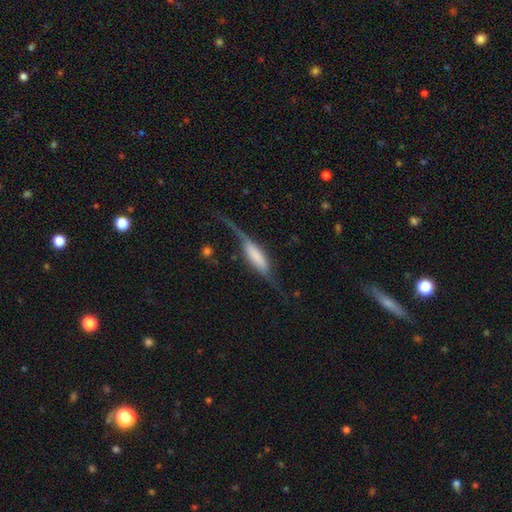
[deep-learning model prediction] Morphology: type=featured or disk (60%); edge-on=yes (70%); merging=none (46%).